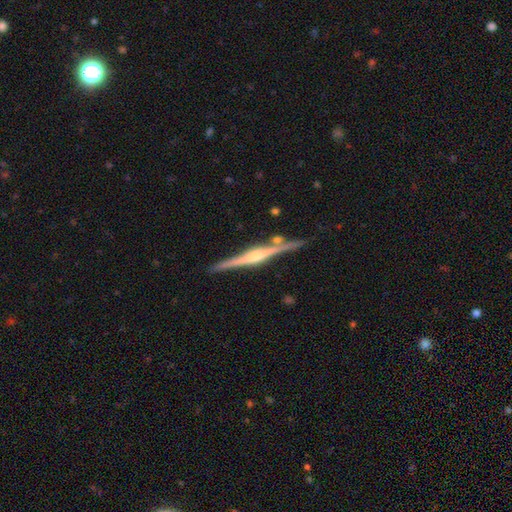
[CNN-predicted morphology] A featured or disk galaxy (83%) viewed edge-on (98%) with a rounded central bulge (81%).

Vote fractions:
- Smooth or featured? featured or disk: 83% / smooth: 12% / star or artifact: 5%
- Edge-on disk? yes: 98% / no: 2%
- Edge-on bulge? rounded: 81% / boxy: 12% / none: 7%
- Merging? none: 85% / minor disturbance: 9% / merger: 4% / major disturbance: 2%